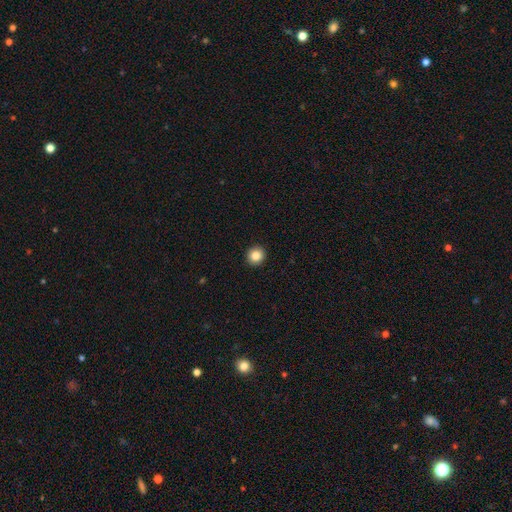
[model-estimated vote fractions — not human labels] The model was most divided on "smooth or featured": smooth: 85%, star or artifact: 10%, featured or disk: 5%. More confident: merging — none (93%); how rounded — round (91%).